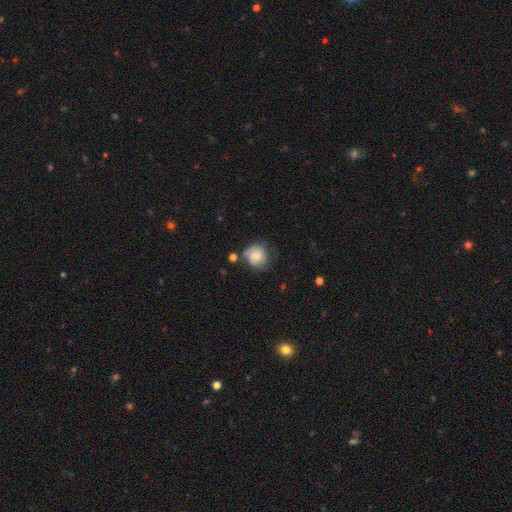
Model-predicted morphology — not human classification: Q: Smooth or featured?
A: smooth (61%); runner-up: featured or disk (30%)
Q: How rounded?
A: round (83%); runner-up: in between (16%)
Q: Merging?
A: none (57%); runner-up: minor disturbance (27%)